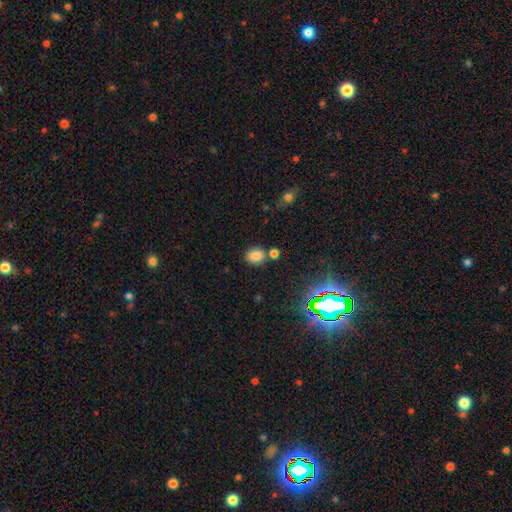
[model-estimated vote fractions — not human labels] Q: Smooth or featured?
A: smooth (79%); runner-up: star or artifact (14%)
Q: How rounded?
A: in between (54%); runner-up: round (45%)
Q: Merging?
A: none (69%); runner-up: merger (16%)